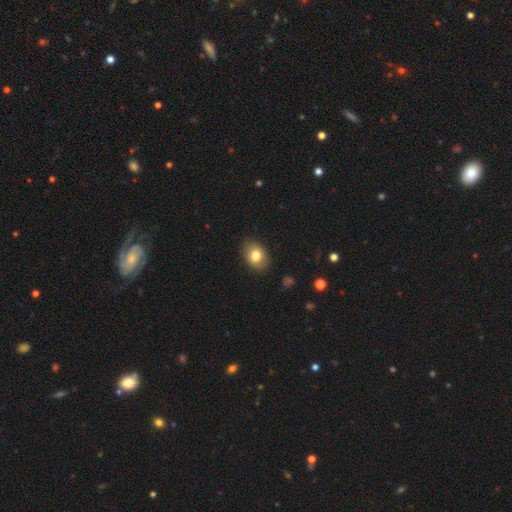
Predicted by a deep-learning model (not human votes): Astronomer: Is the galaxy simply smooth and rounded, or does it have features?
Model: smooth — 81%.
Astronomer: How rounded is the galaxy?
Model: in between — 70%.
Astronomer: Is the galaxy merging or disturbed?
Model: none — 86%.